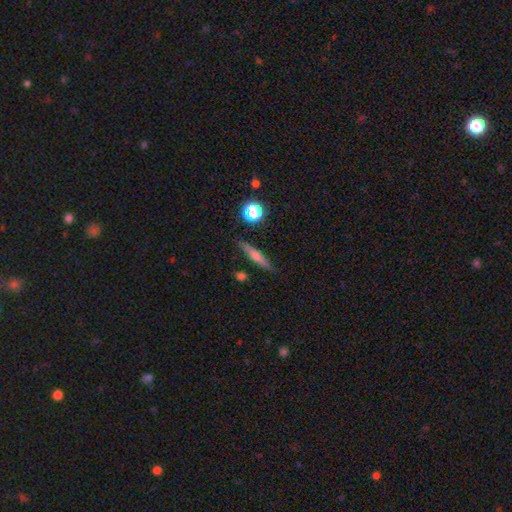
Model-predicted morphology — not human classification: Smooth or featured? smooth (51%)
How rounded? cigar-shaped (87%)
Merging? none (85%)